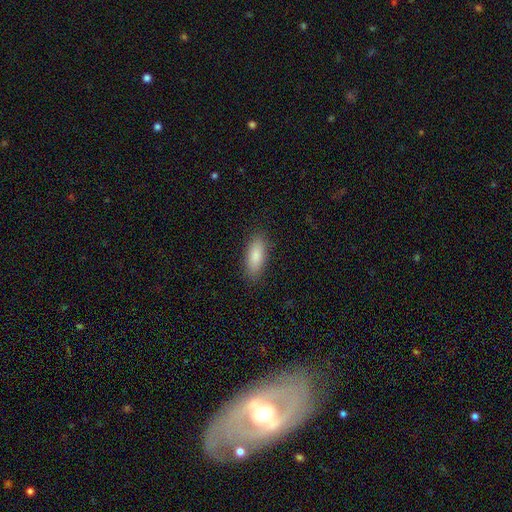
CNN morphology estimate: Smooth or featured: smooth — 85% (featured or disk — 9%)
How rounded: in between — 77% (cigar-shaped — 21%)
Merging: none — 87% (minor disturbance — 10%)